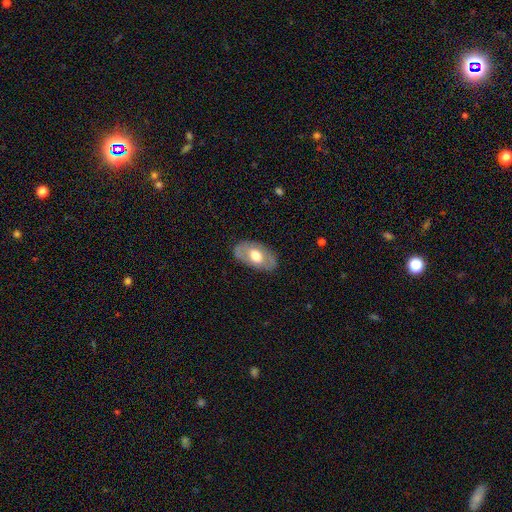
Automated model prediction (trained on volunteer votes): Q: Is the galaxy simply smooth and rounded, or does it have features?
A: smooth — 48%.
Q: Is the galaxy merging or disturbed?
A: none — 80%.